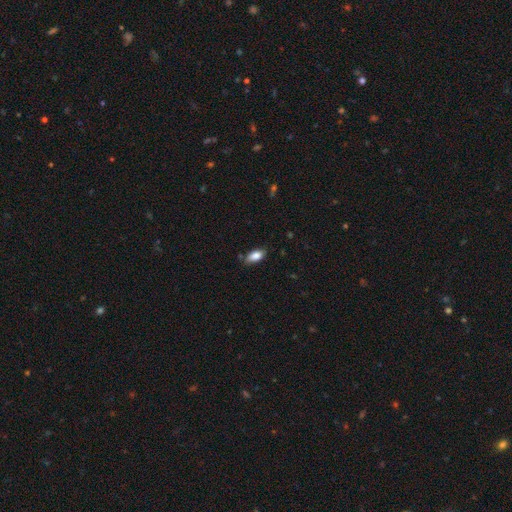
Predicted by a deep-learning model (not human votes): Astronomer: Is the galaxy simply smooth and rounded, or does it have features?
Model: smooth — 83%.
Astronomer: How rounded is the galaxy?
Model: in between — 88%.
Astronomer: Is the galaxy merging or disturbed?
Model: none — 77%.